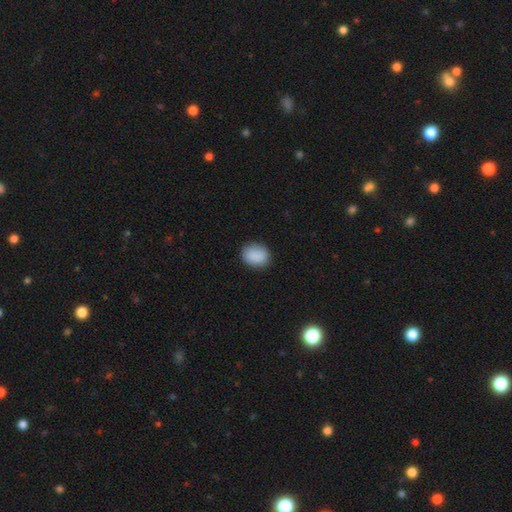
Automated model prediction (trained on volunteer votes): Smooth or featured? Predicted: smooth (p=0.88). How rounded? Predicted: in between (p=0.50). Merging? Predicted: none (p=0.84).